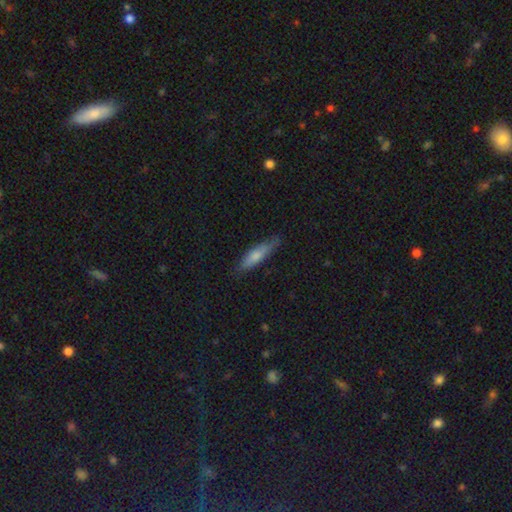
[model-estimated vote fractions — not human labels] Q: Smooth or featured?
A: smooth (68%); runner-up: featured or disk (27%)
Q: How rounded?
A: cigar-shaped (73%); runner-up: in between (25%)
Q: Merging?
A: none (78%); runner-up: minor disturbance (18%)